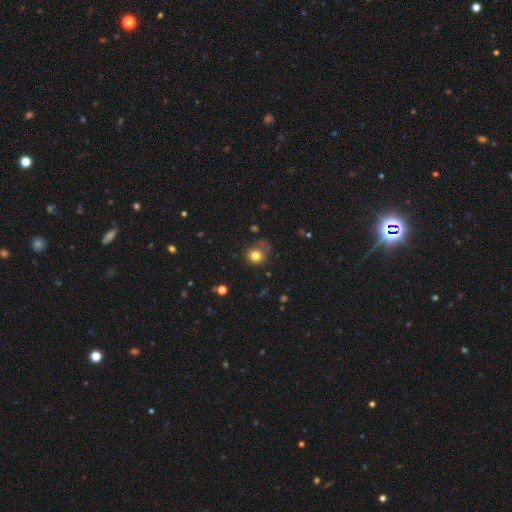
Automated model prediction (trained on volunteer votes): Q: Smooth or featured?
A: smooth (79%); runner-up: star or artifact (13%)
Q: How rounded?
A: round (86%); runner-up: in between (13%)
Q: Merging?
A: none (66%); runner-up: minor disturbance (20%)